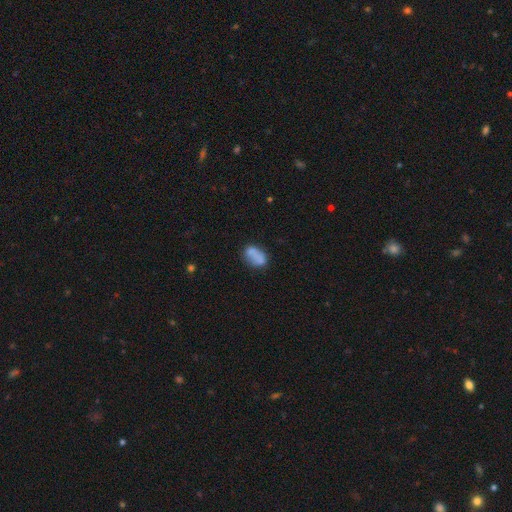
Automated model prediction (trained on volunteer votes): Q: Smooth or featured?
A: smooth (71%); runner-up: featured or disk (20%)
Q: How rounded?
A: in between (80%); runner-up: round (18%)
Q: Merging?
A: none (47%); runner-up: merger (22%)